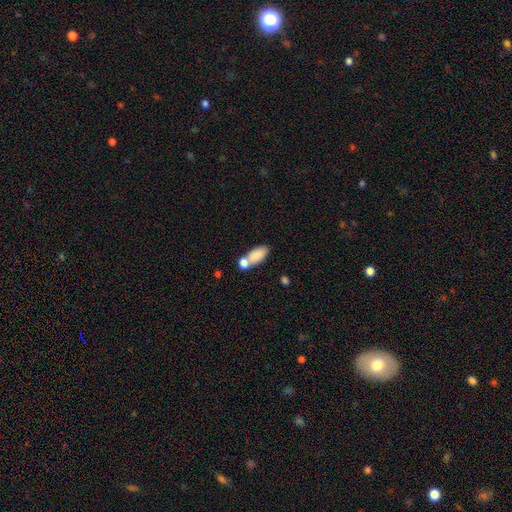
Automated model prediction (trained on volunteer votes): The model was most divided on "merging": none: 44%, merger: 37%, minor disturbance: 13%, major disturbance: 5%. More confident: how rounded — in between (88%); smooth or featured — smooth (83%).